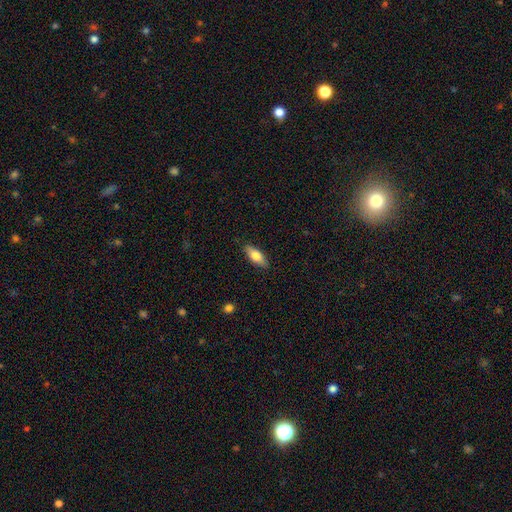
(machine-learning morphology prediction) This appears to be a smooth galaxy with no disk features (74%) that is in between round and cigar-shaped (73%). Merging: none (87%).